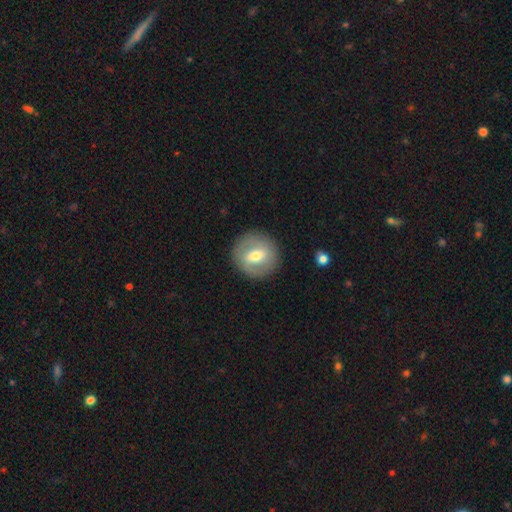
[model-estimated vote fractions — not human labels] Q: Smooth or featured?
A: featured or disk (47%); runner-up: smooth (46%)
Q: Merging?
A: none (88%); runner-up: minor disturbance (8%)